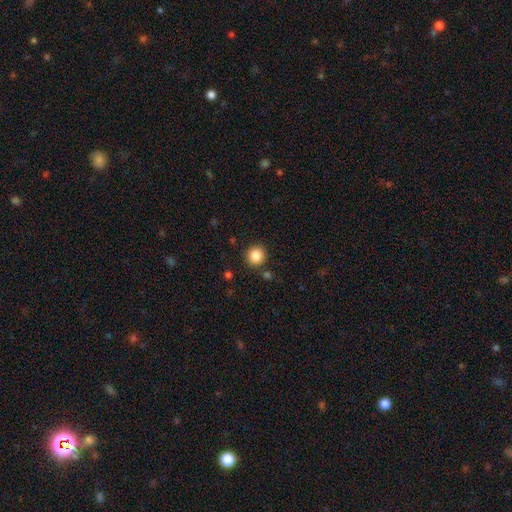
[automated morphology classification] A smooth galaxy with no disk features (86%) that is round (91%). Merging: none (87%).